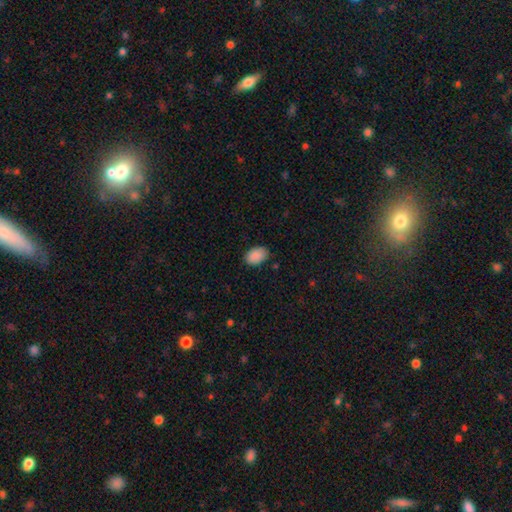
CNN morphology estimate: smooth-or-featured: smooth: 90% | star or artifact: 7% | featured or disk: 3%
  how-rounded: in between: 85% | round: 14% | cigar-shaped: 1%
  merging: none: 83% | minor disturbance: 14% | major disturbance: 3% | merger: 1%